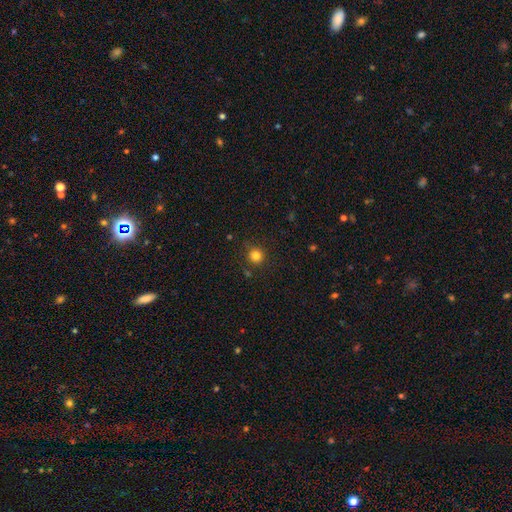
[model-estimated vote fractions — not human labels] A smooth galaxy with no disk features (81%) that is round (94%).

Vote fractions:
- Smooth or featured? smooth: 81% / star or artifact: 14% / featured or disk: 5%
- How rounded? round: 94% / in between: 5% / cigar-shaped: 1%
- Merging? none: 87% / minor disturbance: 9% / major disturbance: 3% / merger: 2%